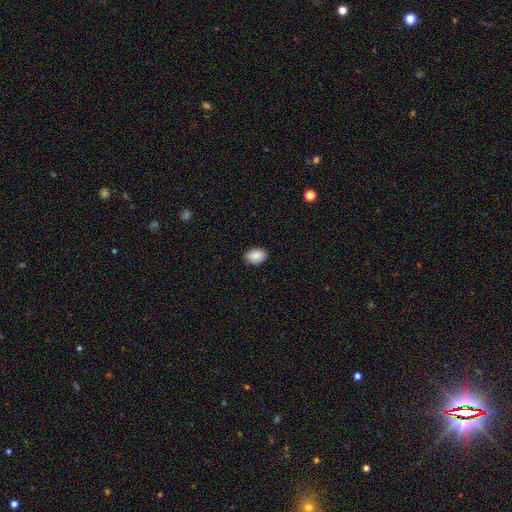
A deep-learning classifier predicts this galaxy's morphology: Q: Smooth or featured?
A: smooth (89%); runner-up: star or artifact (7%)
Q: How rounded?
A: in between (83%); runner-up: round (16%)
Q: Merging?
A: none (87%); runner-up: minor disturbance (10%)